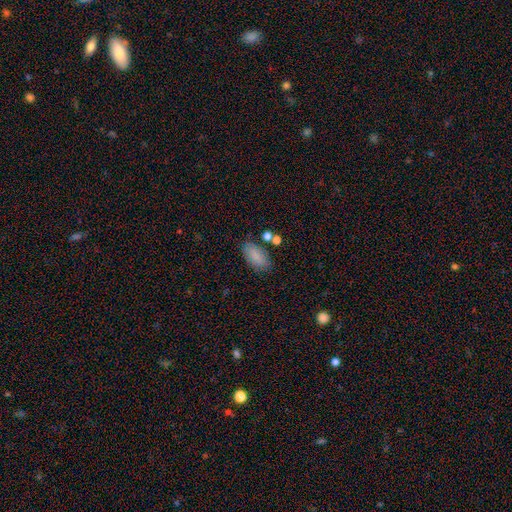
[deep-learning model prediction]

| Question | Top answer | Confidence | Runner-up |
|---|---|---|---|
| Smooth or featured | smooth | 85% | star or artifact (8%) |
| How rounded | in between | 92% | round (4%) |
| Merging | none | 75% | minor disturbance (15%) |